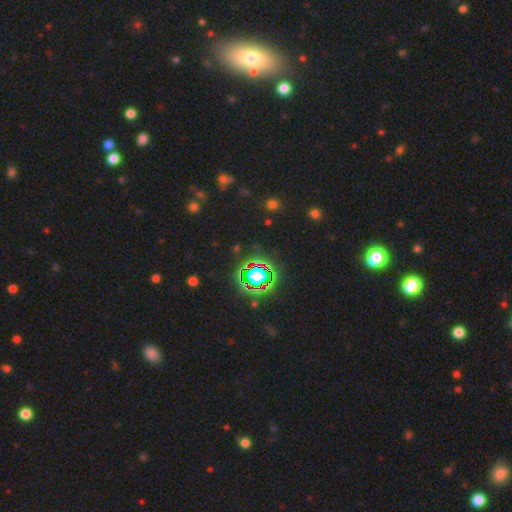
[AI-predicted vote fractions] Smooth or featured? Predicted: star or artifact (p=0.79).